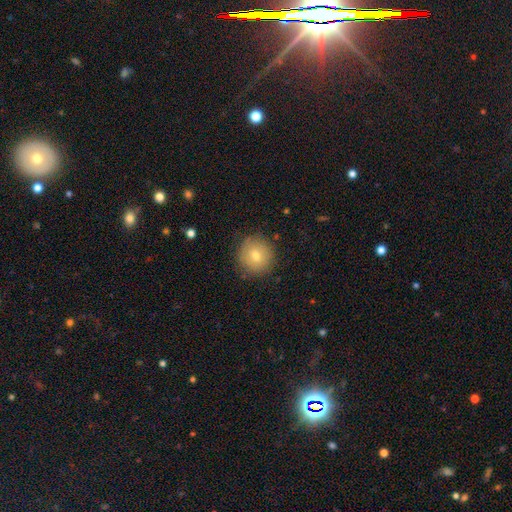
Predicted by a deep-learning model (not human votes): Smooth or featured?
  - smooth: 73% *
  - featured or disk: 17%
  - star or artifact: 10%
How rounded?
  - round: 94% *
  - in between: 5%
  - cigar-shaped: 1%
Merging?
  - none: 85% *
  - minor disturbance: 11%
  - major disturbance: 3%
  - merger: 1%